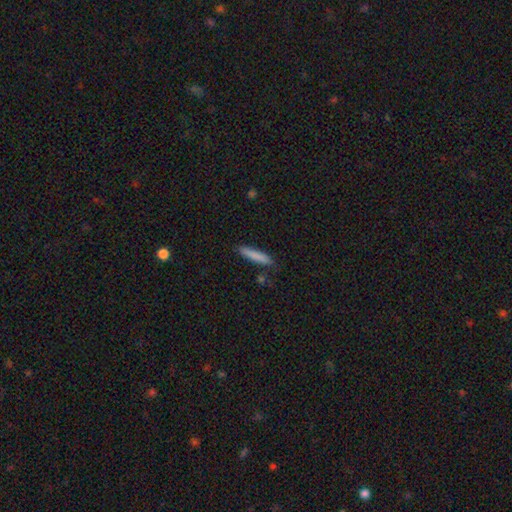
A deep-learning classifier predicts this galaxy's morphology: Q: Smooth or featured?
A: smooth (83%); runner-up: featured or disk (11%)
Q: How rounded?
A: cigar-shaped (89%); runner-up: in between (10%)
Q: Merging?
A: none (84%); runner-up: minor disturbance (11%)